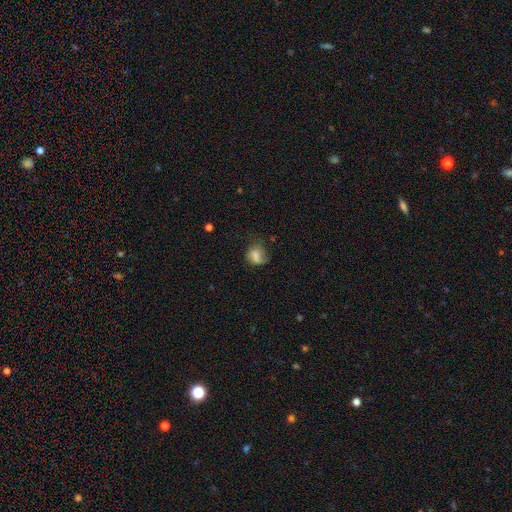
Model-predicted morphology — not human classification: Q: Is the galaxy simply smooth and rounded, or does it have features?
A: smooth — 64%.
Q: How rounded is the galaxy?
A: round — 52%.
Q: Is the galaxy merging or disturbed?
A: none — 41%.